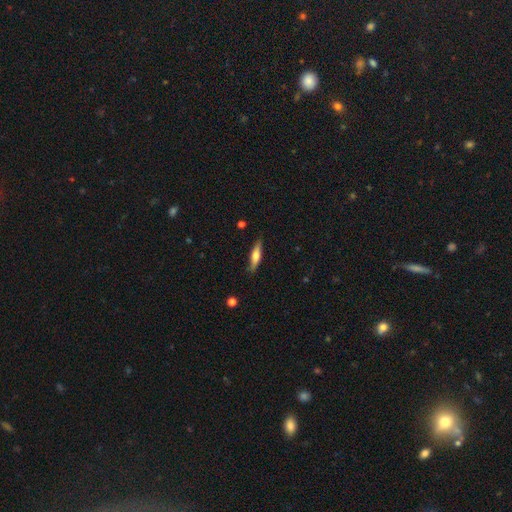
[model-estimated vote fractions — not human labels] Q: Smooth or featured?
A: smooth (56%); runner-up: featured or disk (38%)
Q: How rounded?
A: cigar-shaped (76%); runner-up: in between (22%)
Q: Merging?
A: none (82%); runner-up: minor disturbance (14%)